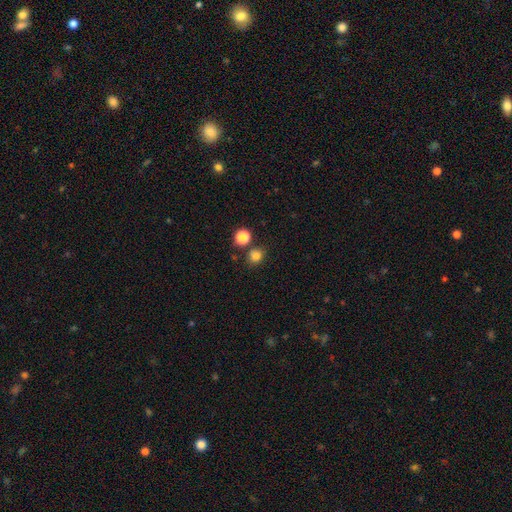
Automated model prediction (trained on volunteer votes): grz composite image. It shows a smooth galaxy with no disk features (81%) that is round (84%). Merging: none (75%).